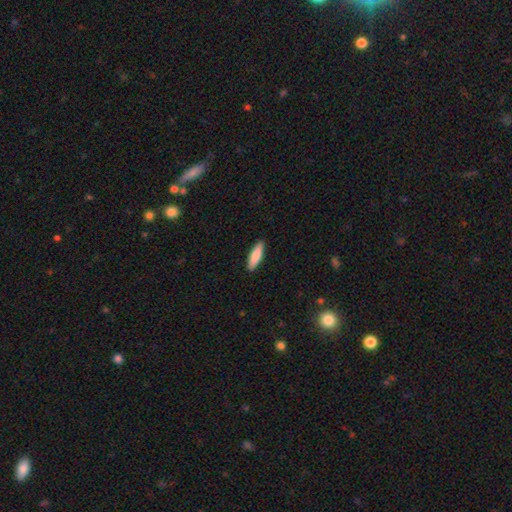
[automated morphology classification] This is clearly a smooth galaxy (84%). How rounded: likely cigar-shaped (65%). Merging: clearly none (90%).